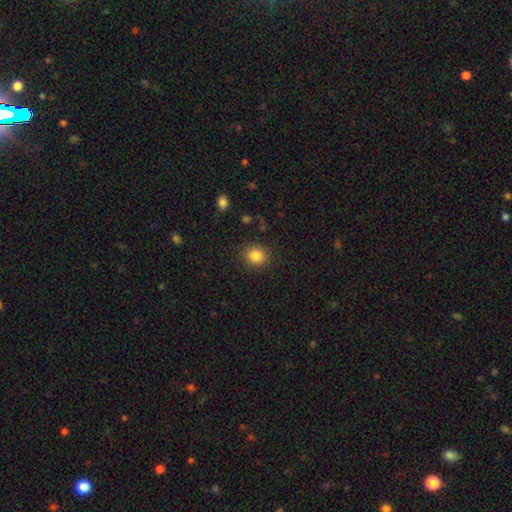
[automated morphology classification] Smooth or featured?
  - smooth: 84% *
  - star or artifact: 11%
  - featured or disk: 5%
How rounded?
  - round: 80% *
  - in between: 19%
  - cigar-shaped: 1%
Merging?
  - none: 88% *
  - minor disturbance: 8%
  - major disturbance: 3%
  - merger: 1%